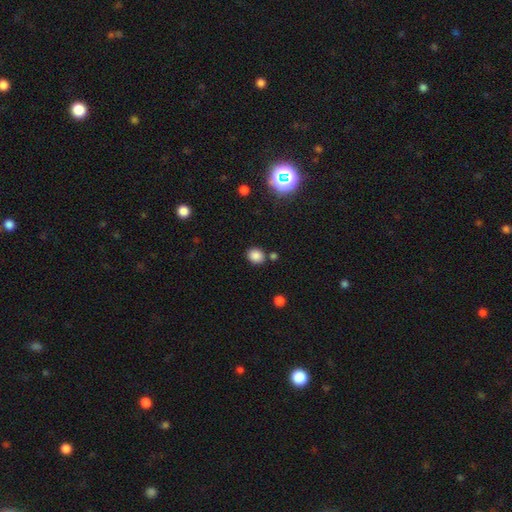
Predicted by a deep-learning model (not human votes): Morphology: type=smooth (83%); roundness=round (58%); merging=none (78%).